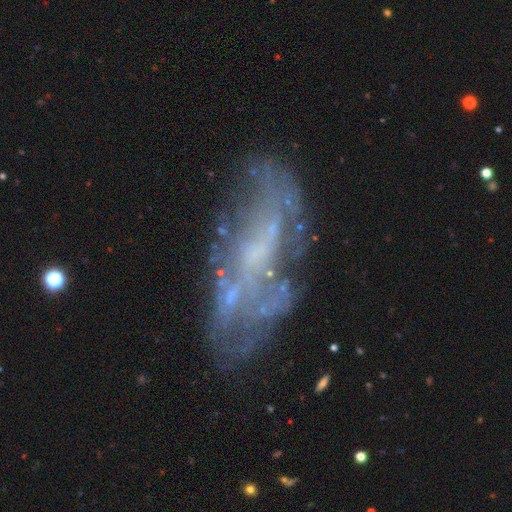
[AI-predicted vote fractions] Smooth or featured: featured or disk — 71% (smooth — 16%)
Edge-on disk: no — 92% (yes — 8%)
Bar: no — 65% (weak — 26%)
Spiral arms: no — 57% (yes — 43%)
Bulge size: none — 49% (small — 36%)
Merging: none — 54% (minor disturbance — 20%)